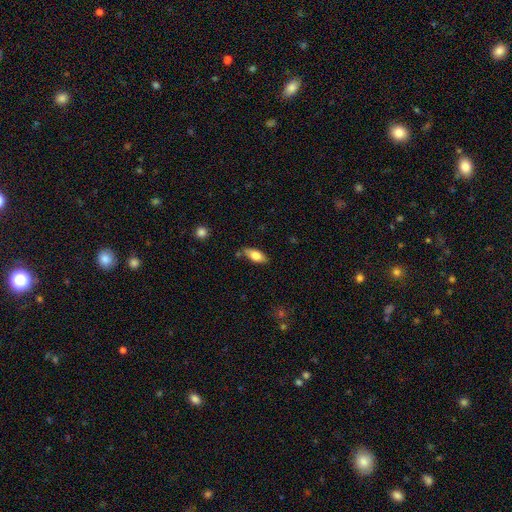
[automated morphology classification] Smooth or featured? smooth (72%)
How rounded? in between (80%)
Merging? none (78%)